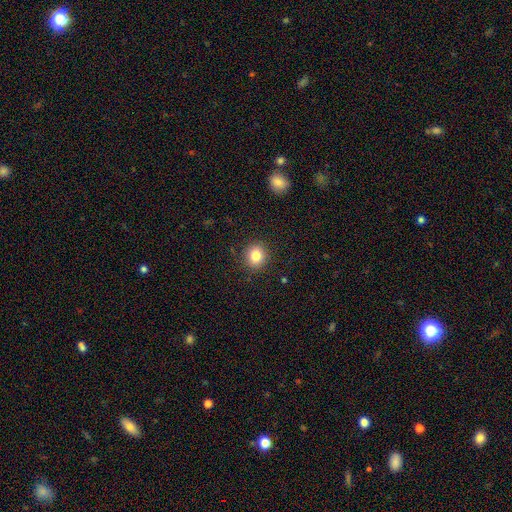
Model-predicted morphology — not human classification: A smooth galaxy with no disk features (82%) that is round (81%).

Vote fractions:
- Smooth or featured? smooth: 82% / star or artifact: 11% / featured or disk: 7%
- How rounded? round: 81% / in between: 18% / cigar-shaped: 1%
- Merging? none: 90% / minor disturbance: 7% / major disturbance: 2% / merger: 1%